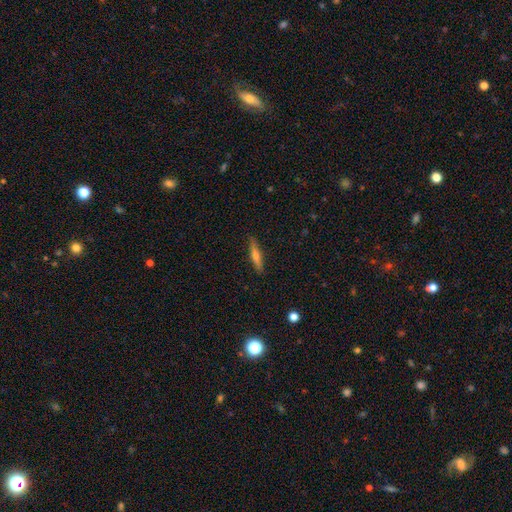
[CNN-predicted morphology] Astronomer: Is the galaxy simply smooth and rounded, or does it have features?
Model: smooth — 49% (runner-up: featured or disk, 43%).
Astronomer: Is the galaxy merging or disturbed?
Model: none — 88%.